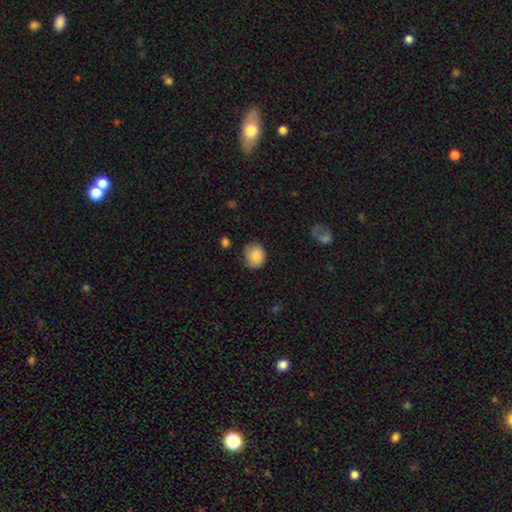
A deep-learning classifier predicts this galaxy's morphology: smooth 86%, star or artifact 8%, featured or disk 6%. Down the decision tree: how rounded — round (69%); merging — none (71%).